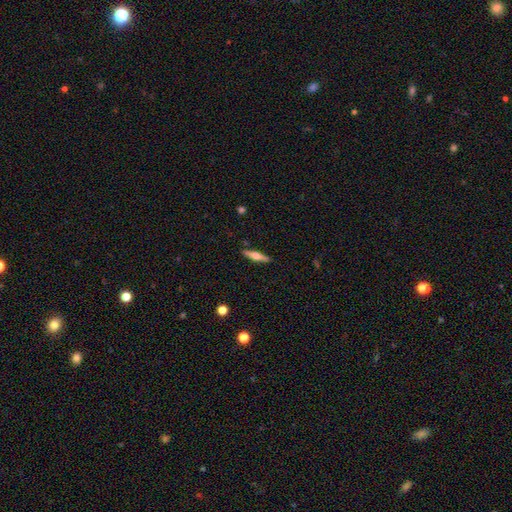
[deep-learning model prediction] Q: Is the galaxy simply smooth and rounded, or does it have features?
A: featured or disk — 54%.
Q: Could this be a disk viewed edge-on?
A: yes — 96%.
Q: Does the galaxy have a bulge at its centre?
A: rounded — 88%.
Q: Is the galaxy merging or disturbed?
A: none — 90%.